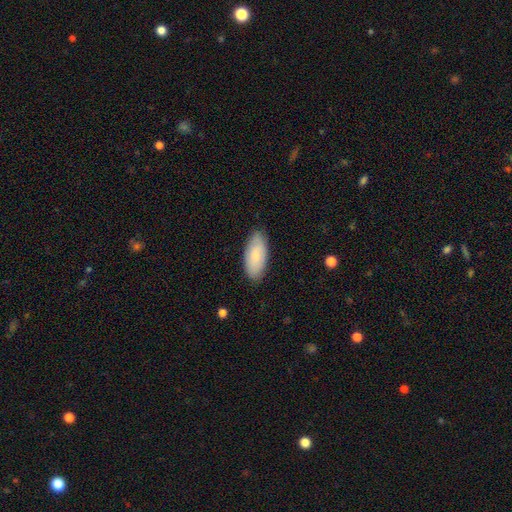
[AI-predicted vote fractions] Smooth or featured: smooth — 78% (featured or disk — 16%)
How rounded: in between — 89% (cigar-shaped — 9%)
Merging: none — 85% (minor disturbance — 12%)